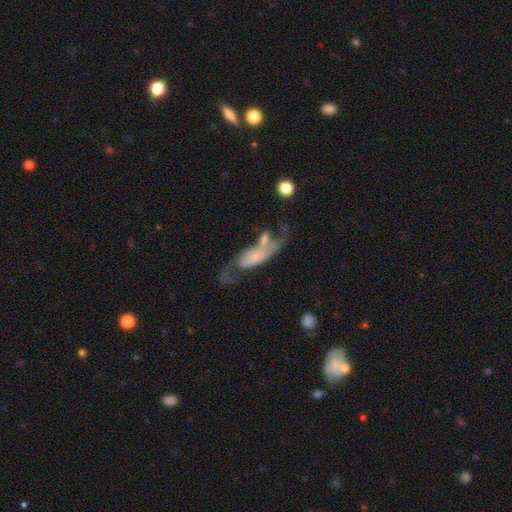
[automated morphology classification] This appears to be a featured or disk galaxy (65%) with no bar (64%), spiral arms (83%) and no central bulge (38%). Merging: none (30%).